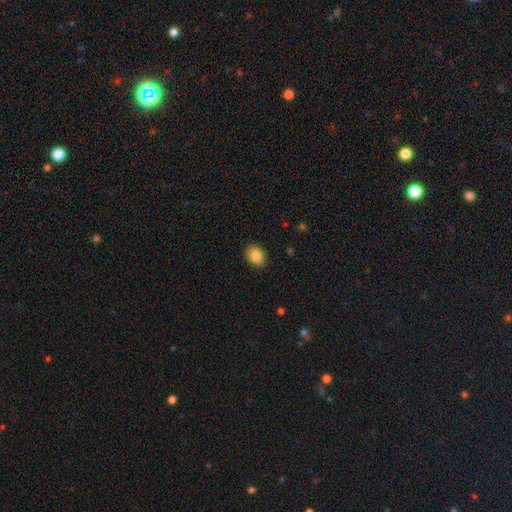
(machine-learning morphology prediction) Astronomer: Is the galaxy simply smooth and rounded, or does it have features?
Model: smooth — 86%.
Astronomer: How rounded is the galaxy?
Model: in between — 56% (runner-up: round, 43%).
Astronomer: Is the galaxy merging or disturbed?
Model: none — 89%.